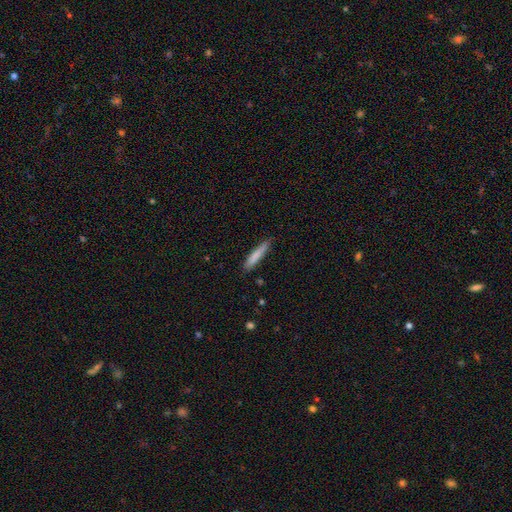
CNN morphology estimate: A smooth galaxy with no disk features (80%) that is cigar-shaped (92%).

Vote fractions:
- Smooth or featured? smooth: 80% / featured or disk: 14% / star or artifact: 6%
- How rounded? cigar-shaped: 92% / in between: 7% / round: 1%
- Merging? none: 83% / minor disturbance: 13% / major disturbance: 2% / merger: 1%